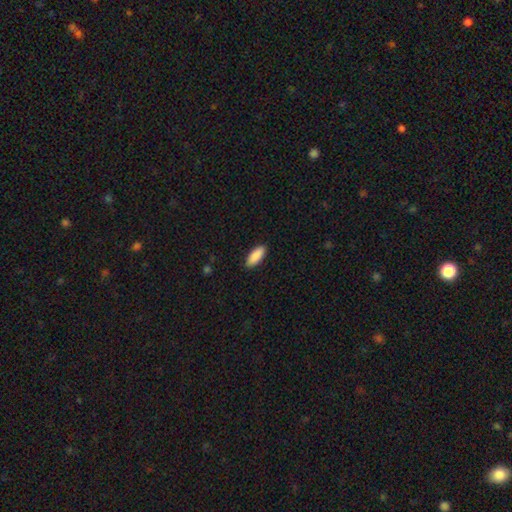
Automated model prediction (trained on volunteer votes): smooth-or-featured: smooth: 91% | star or artifact: 6% | featured or disk: 4%
  how-rounded: in between: 78% | cigar-shaped: 20% | round: 2%
  merging: none: 90% | minor disturbance: 8% | major disturbance: 2% | merger: 1%